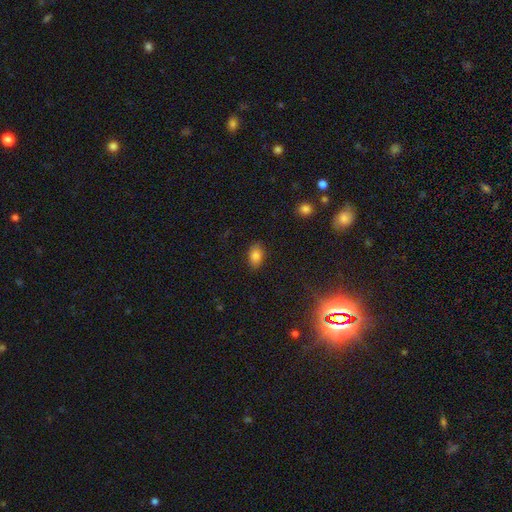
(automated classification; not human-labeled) Smooth or featured? smooth (82%)
How rounded? in between (85%)
Merging? none (85%)